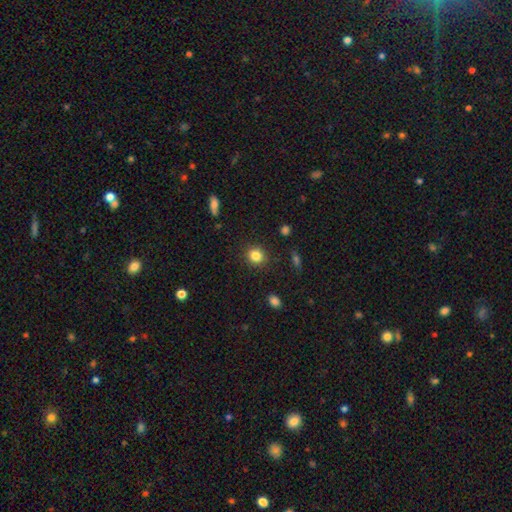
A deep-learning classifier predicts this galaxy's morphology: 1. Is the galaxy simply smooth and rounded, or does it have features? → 84% smooth, 11% star or artifact, 6% featured or disk.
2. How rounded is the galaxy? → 83% round, 16% in between, 1% cigar-shaped.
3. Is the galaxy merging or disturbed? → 88% none, 8% minor disturbance, 2% major disturbance, 1% merger.